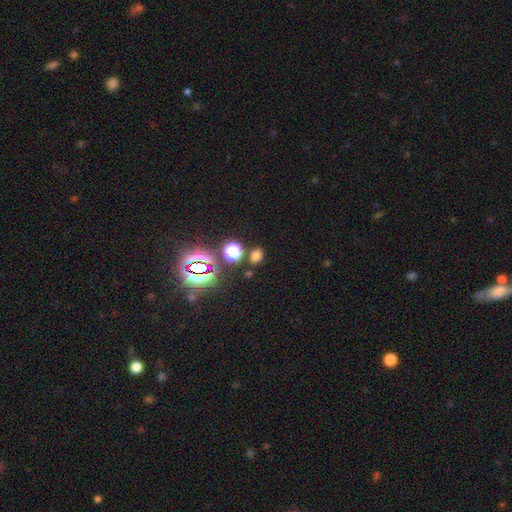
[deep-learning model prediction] This appears to be a smooth galaxy with no disk features (64%) that is in between round and cigar-shaped (52%). Merging: none (80%).